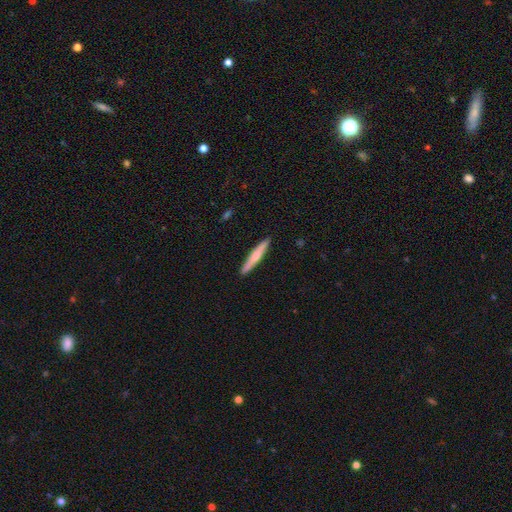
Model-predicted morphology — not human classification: type=smooth (55%); roundness=cigar-shaped (95%); merging=none (91%).